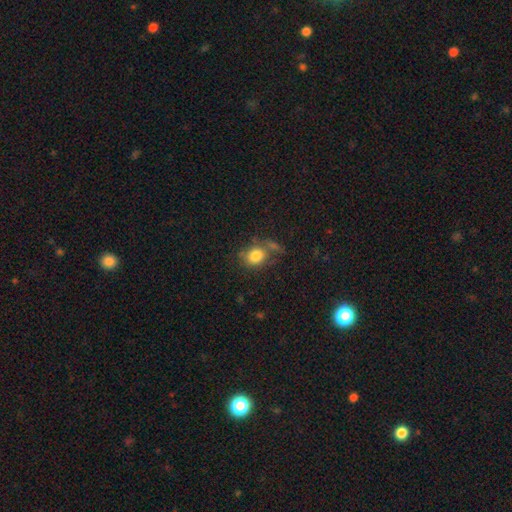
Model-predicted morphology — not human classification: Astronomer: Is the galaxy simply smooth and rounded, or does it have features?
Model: smooth — 80%.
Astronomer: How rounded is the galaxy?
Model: round — 54% (runner-up: in between, 45%).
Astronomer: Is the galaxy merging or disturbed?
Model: none — 55%.